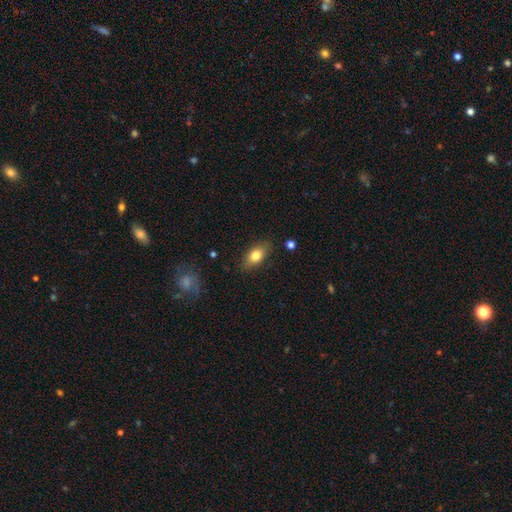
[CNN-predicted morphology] Smooth or featured?
  - smooth: 79% *
  - featured or disk: 13%
  - star or artifact: 8%
How rounded?
  - in between: 86% *
  - round: 8%
  - cigar-shaped: 6%
Merging?
  - none: 84% *
  - minor disturbance: 12%
  - major disturbance: 3%
  - merger: 1%